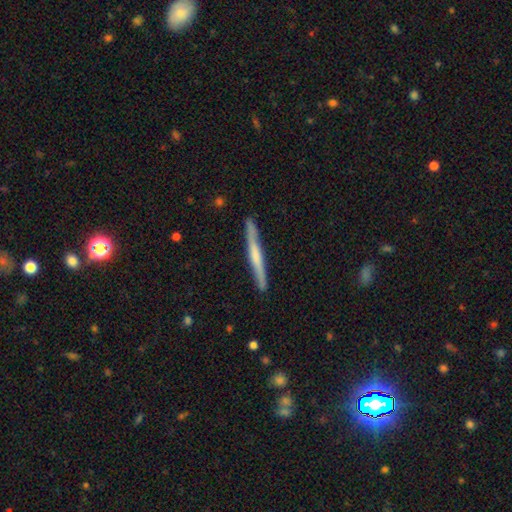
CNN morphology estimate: type=featured or disk (53%); edge-on=yes (96%); edge-on bulge=none (48%); merging=none (89%).